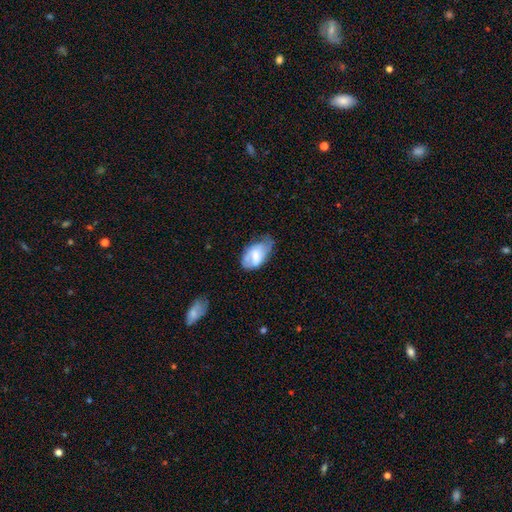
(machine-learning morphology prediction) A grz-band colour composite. It shows a smooth galaxy with no disk features (50%). Merging: minor disturbance (42%).